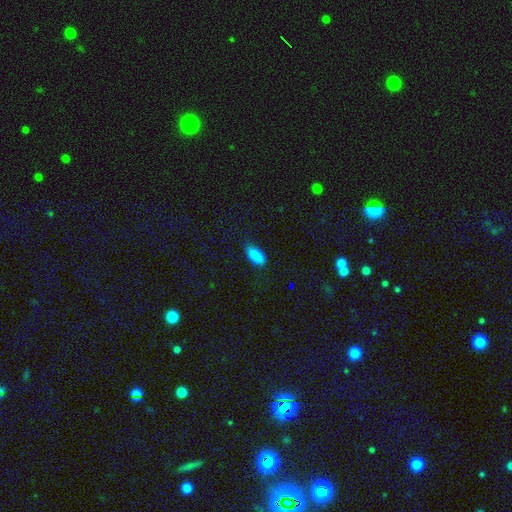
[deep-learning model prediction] Overall: smooth (89%). How rounded: in between (89%). Merging: none (79%).